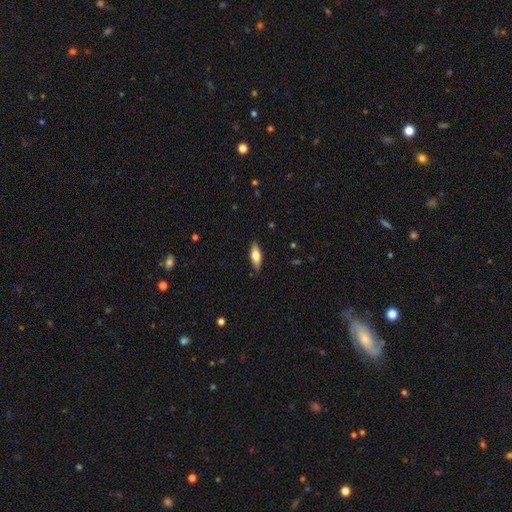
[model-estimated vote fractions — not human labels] The model was most divided on "smooth or featured": smooth: 63%, featured or disk: 31%, star or artifact: 6%. More confident: merging — none (86%); how rounded — in between (66%).